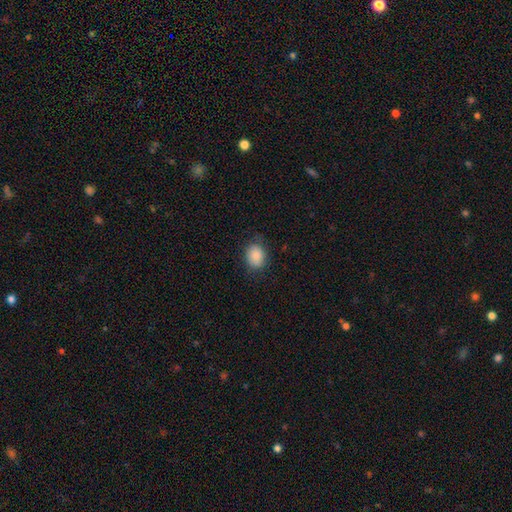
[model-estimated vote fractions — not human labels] smooth-or-featured: smooth: 86% | star or artifact: 8% | featured or disk: 6%
  how-rounded: in between: 52% | round: 47% | cigar-shaped: 1%
  merging: none: 78% | minor disturbance: 17% | major disturbance: 4% | merger: 1%